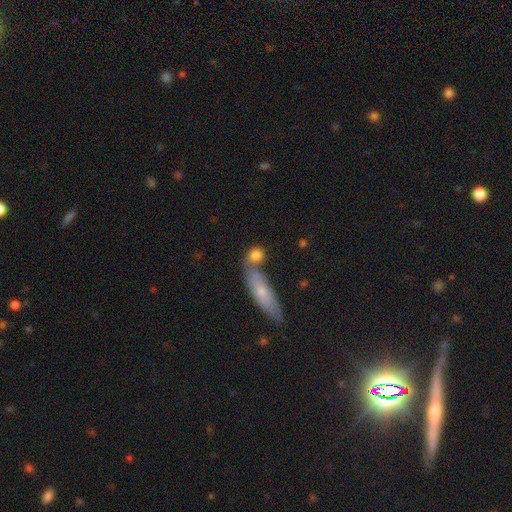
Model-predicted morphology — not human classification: smooth_or_featured: smooth (p=0.79) [alt: featured or disk p=0.12]
how_rounded: round (p=0.65) [alt: in between p=0.27]
merging: none (p=0.53) [alt: merger p=0.31]